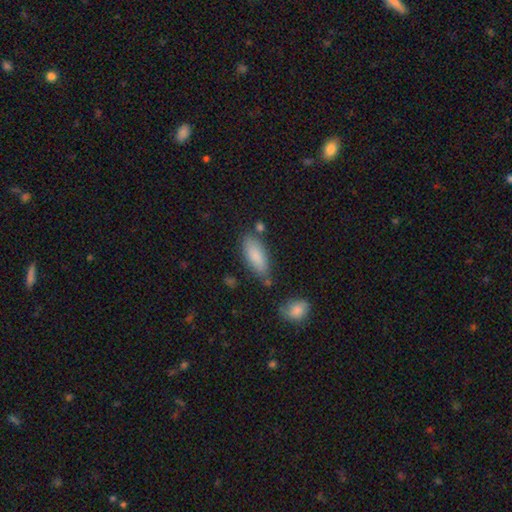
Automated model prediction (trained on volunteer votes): Overall: smooth (84%). How rounded: in between (78%). Merging: none (72%).